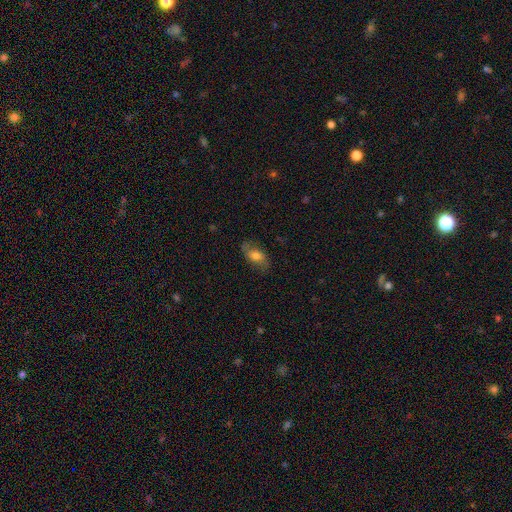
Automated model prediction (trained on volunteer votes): Smooth or featured? smooth (60%)
How rounded? in between (86%)
Merging? none (75%)